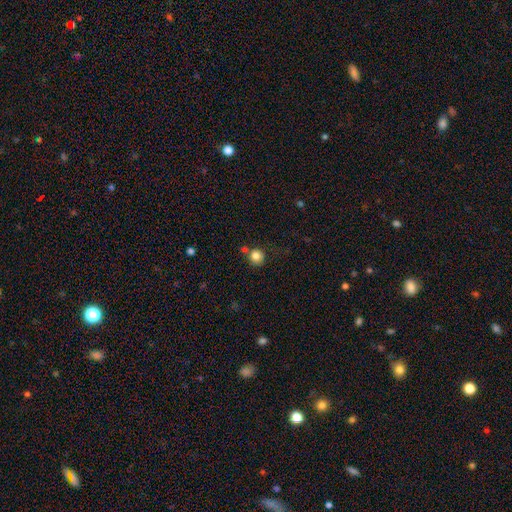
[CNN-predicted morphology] The model was most divided on "merging": none: 67%, merger: 15%, minor disturbance: 13%, major disturbance: 5%. More confident: how rounded — round (90%); smooth or featured — smooth (83%).